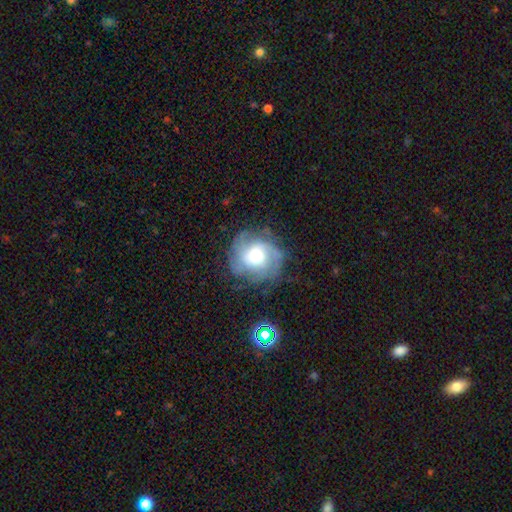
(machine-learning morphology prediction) Smooth or featured: featured or disk — 67% (smooth — 23%)
Edge-on disk: no — 97% (yes — 3%)
Bar: no — 72% (weak — 24%)
Spiral arms: yes — 87% (no — 13%)
Spiral winding: tight — 44% (medium — 38%)
Spiral arm count: can't tell — 39% (2 — 23%)
Bulge size: moderate — 58% (large — 29%)
Merging: none — 68% (minor disturbance — 19%)